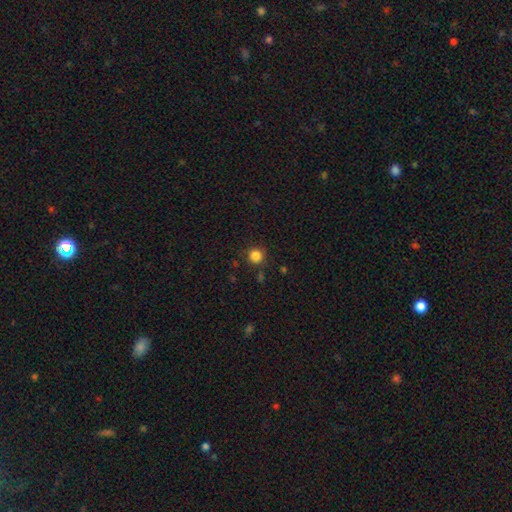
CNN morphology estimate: A smooth galaxy with no disk features (85%) that is round (94%).

Vote fractions:
- Smooth or featured? smooth: 85% / star or artifact: 12% / featured or disk: 4%
- How rounded? round: 94% / in between: 5% / cigar-shaped: 1%
- Merging? none: 88% / minor disturbance: 8% / major disturbance: 3% / merger: 2%